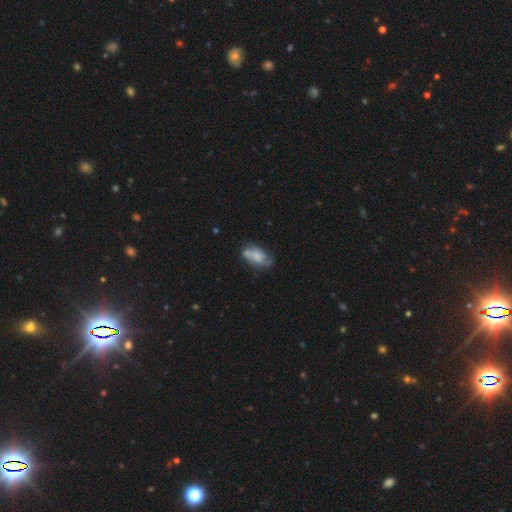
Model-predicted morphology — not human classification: Smooth or featured: smooth — 52% (featured or disk — 40%)
How rounded: in between — 88% (cigar-shaped — 8%)
Merging: none — 50% (minor disturbance — 30%)